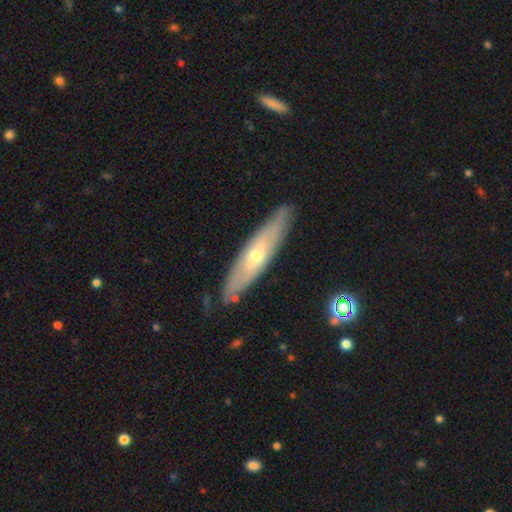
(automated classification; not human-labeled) Q: Smooth or featured?
A: featured or disk (61%); runner-up: smooth (33%)
Q: Edge-on disk?
A: yes (58%); runner-up: no (42%)
Q: Merging?
A: none (83%); runner-up: minor disturbance (13%)